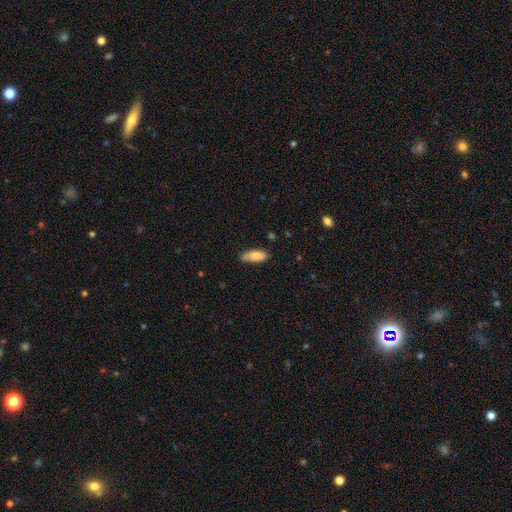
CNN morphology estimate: smooth_or_featured: smooth (p=0.82) [alt: featured or disk p=0.11]
how_rounded: in between (p=0.75) [alt: cigar-shaped p=0.23]
merging: none (p=0.70) [alt: minor disturbance p=0.24]